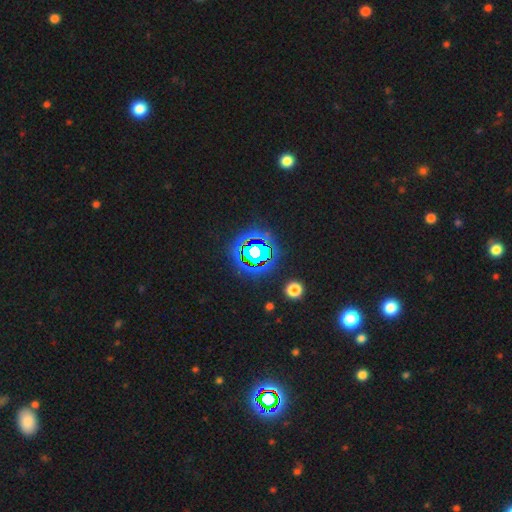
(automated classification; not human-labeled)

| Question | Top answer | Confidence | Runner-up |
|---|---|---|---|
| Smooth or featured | star or artifact | 77% | smooth (14%) |